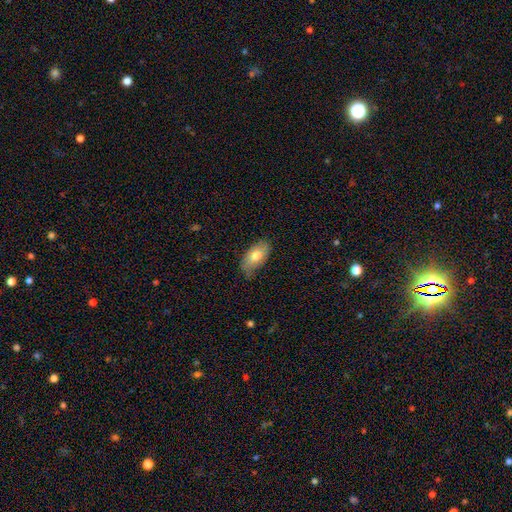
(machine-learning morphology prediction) Smooth or featured? smooth (74%)
How rounded? in between (93%)
Merging? none (68%)